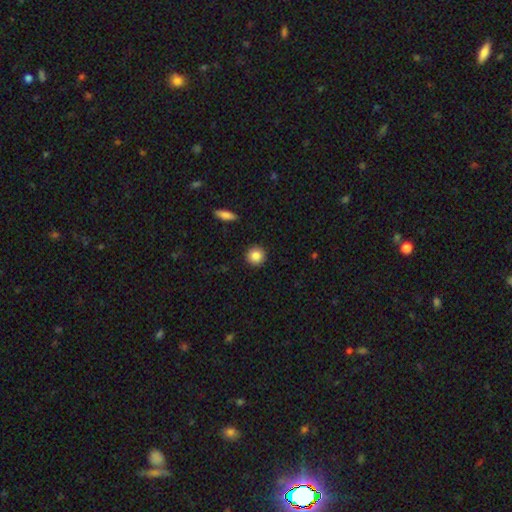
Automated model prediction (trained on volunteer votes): The model was most divided on "smooth or featured": smooth: 86%, star or artifact: 9%, featured or disk: 5%. More confident: how rounded — round (93%); merging — none (92%).